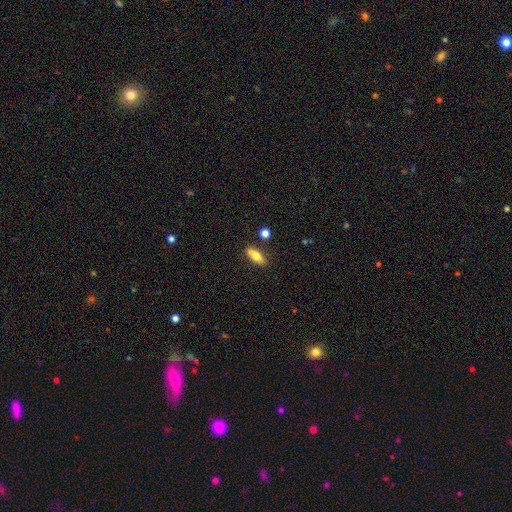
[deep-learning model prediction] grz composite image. It shows a smooth galaxy with no disk features (70%) that is in between round and cigar-shaped (66%). Merging: none (81%).